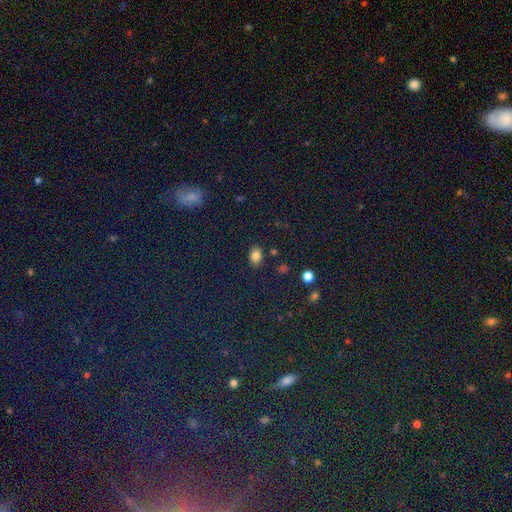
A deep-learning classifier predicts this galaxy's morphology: Smooth or featured? Predicted: smooth (p=0.83). How rounded? Predicted: in between (p=0.78). Merging? Predicted: none (p=0.84).